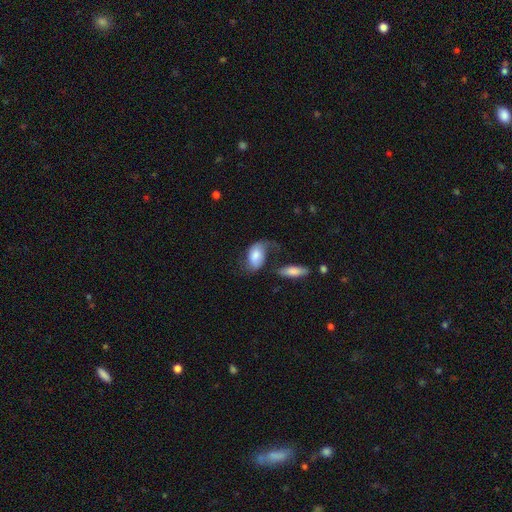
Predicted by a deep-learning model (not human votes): smooth_or_featured: smooth (p=0.66) [alt: featured or disk p=0.28]
how_rounded: in between (p=0.92) [alt: round p=0.06]
merging: none (p=0.34) [alt: major disturbance p=0.28]